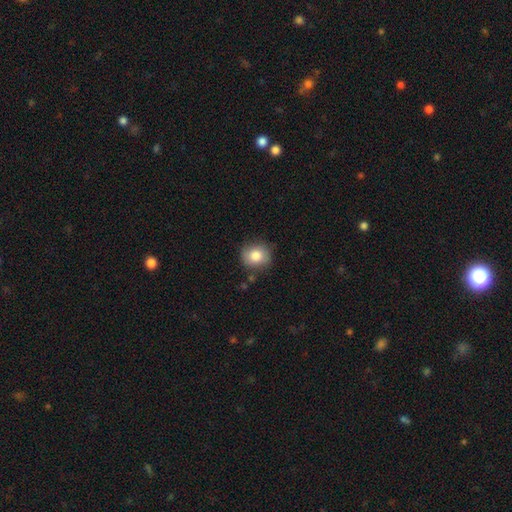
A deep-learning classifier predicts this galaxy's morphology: Overall: smooth (82%). How rounded: round (79%). Merging: none (81%).